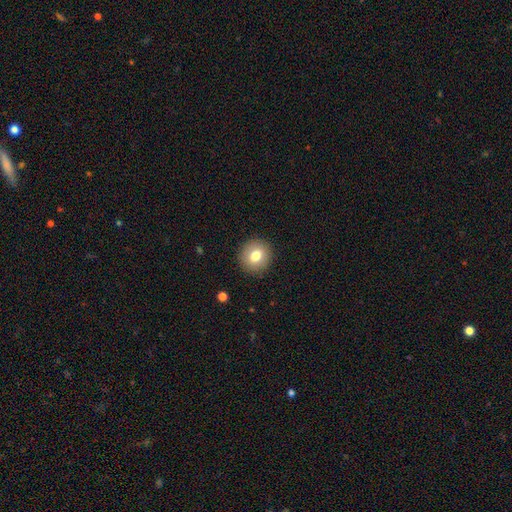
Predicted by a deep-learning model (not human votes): This is likely a smooth galaxy (78%). How rounded: clearly round (88%). Merging: clearly none (91%).